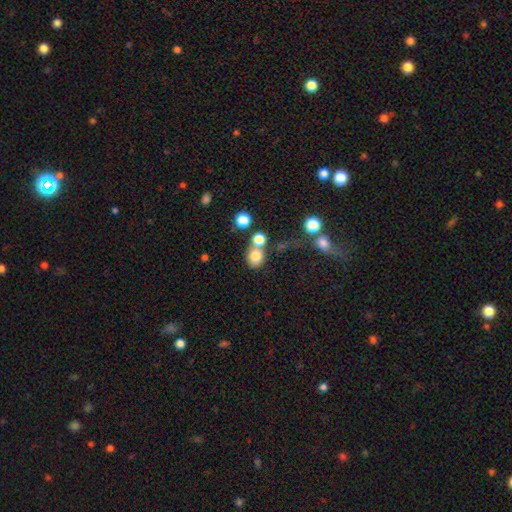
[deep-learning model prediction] Q: Smooth or featured?
A: smooth (78%); runner-up: star or artifact (12%)
Q: How rounded?
A: round (73%); runner-up: in between (25%)
Q: Merging?
A: none (47%); runner-up: merger (36%)